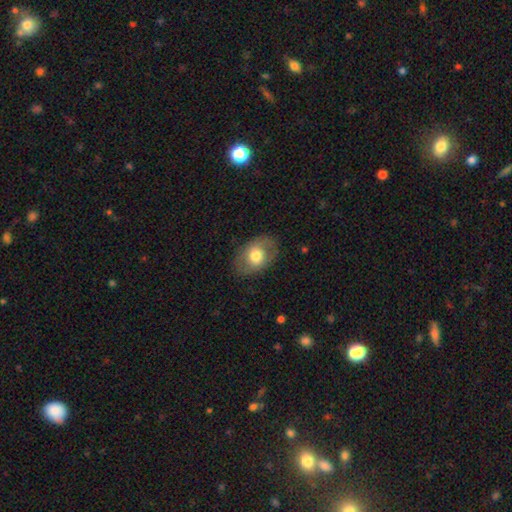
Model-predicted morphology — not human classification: Smooth or featured? Predicted: smooth (p=0.67). How rounded? Predicted: in between (p=0.78). Merging? Predicted: none (p=0.80).